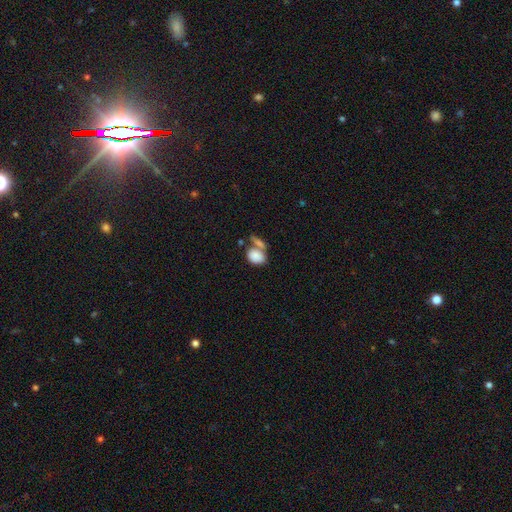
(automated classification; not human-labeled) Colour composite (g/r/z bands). It shows a smooth galaxy with no disk features (82%) that is in between round and cigar-shaped (70%). Merging: merger (49%).